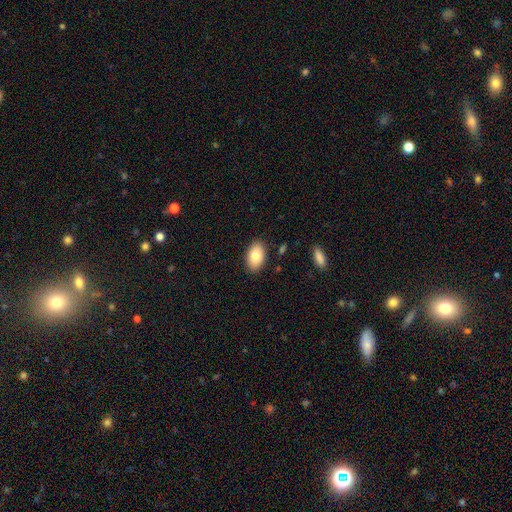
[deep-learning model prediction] Smooth or featured: smooth — 81% (featured or disk — 12%)
How rounded: in between — 93% (round — 5%)
Merging: none — 87% (minor disturbance — 9%)